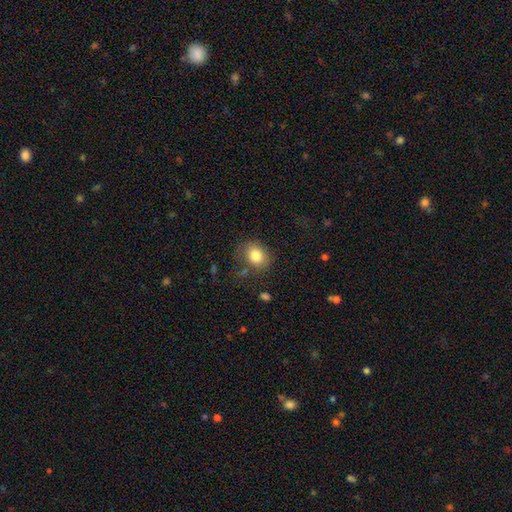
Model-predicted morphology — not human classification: type=smooth (82%); roundness=round (54%); merging=none (71%).